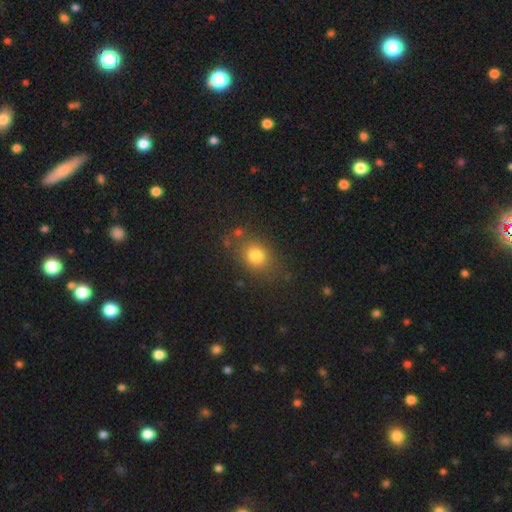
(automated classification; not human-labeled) Q: Smooth or featured?
A: smooth (79%); runner-up: star or artifact (12%)
Q: How rounded?
A: round (50%); runner-up: in between (48%)
Q: Merging?
A: none (74%); runner-up: minor disturbance (15%)